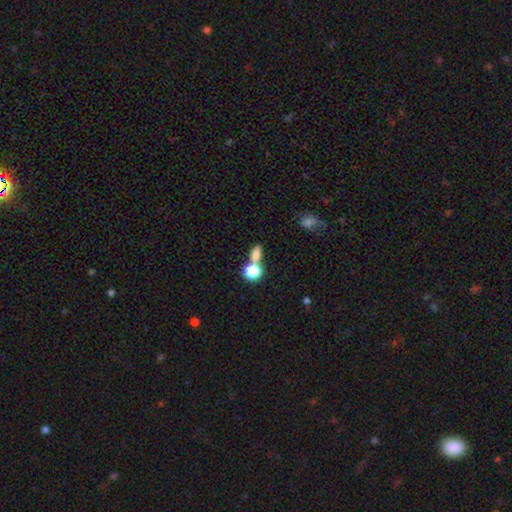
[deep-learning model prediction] smooth_or_featured: smooth (p=0.76) [alt: star or artifact p=0.15]
how_rounded: in between (p=0.63) [alt: round p=0.31]
merging: none (p=0.45) [alt: merger p=0.40]